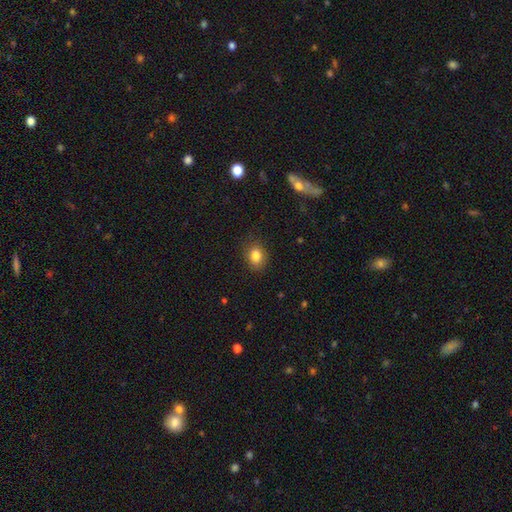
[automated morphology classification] A smooth galaxy with no disk features (84%) that is in between round and cigar-shaped (59%). Merging: none (84%).